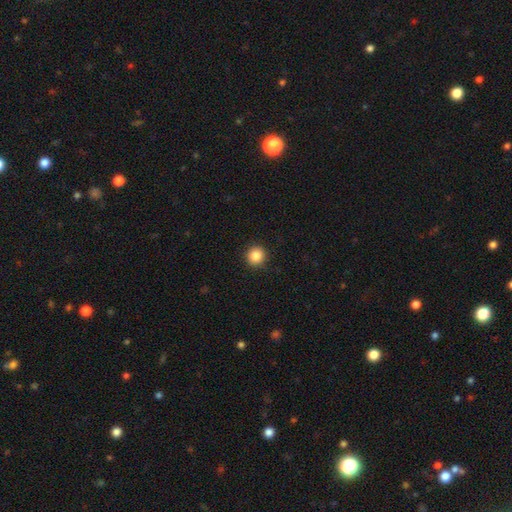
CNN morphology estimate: smooth 86%, star or artifact 10%, featured or disk 4%. Down the decision tree: how rounded — round (94%); merging — none (93%).